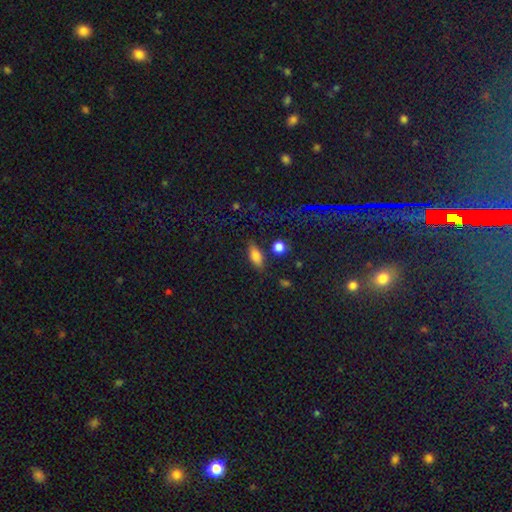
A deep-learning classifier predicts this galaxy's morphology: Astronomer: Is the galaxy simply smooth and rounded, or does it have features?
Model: smooth — 76%.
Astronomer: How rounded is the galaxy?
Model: in between — 77%.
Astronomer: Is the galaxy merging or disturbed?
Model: none — 76%.